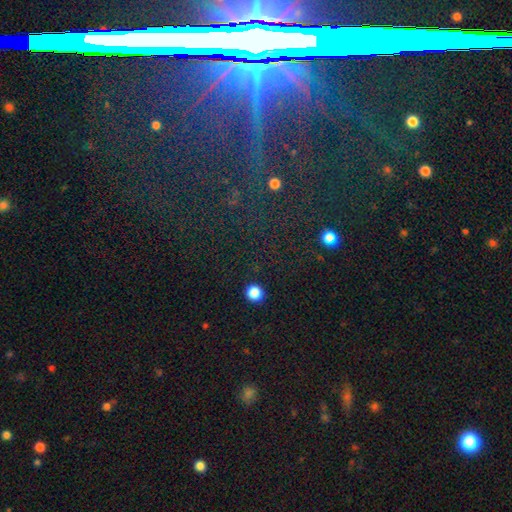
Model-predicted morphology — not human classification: Q: Smooth or featured?
A: star or artifact (74%); runner-up: featured or disk (15%)